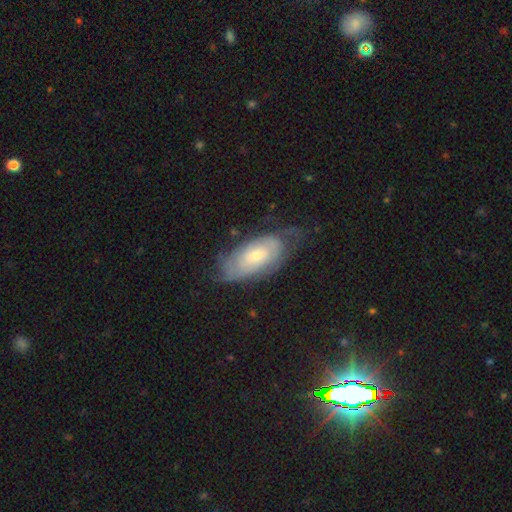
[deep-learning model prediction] This is possibly a featured or disk galaxy (58%). It is clearly not viewed edge-on (90%). Bar: likely no (73%). Spiral arm pattern: likely yes (80%). Central bulge: marginally moderate (45%). Merging: possibly none (58%).